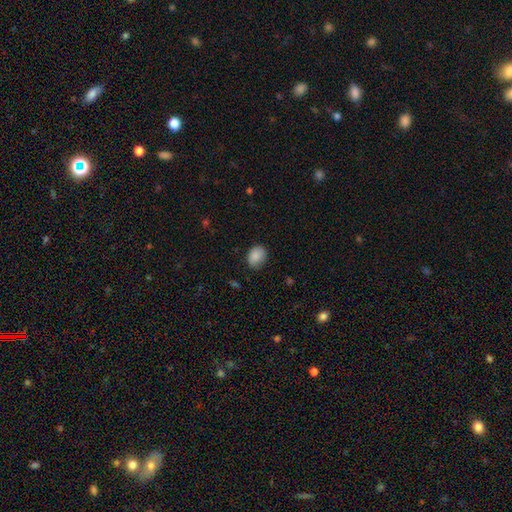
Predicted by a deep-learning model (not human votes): smooth_or_featured: smooth (p=0.88) [alt: star or artifact p=0.08]
how_rounded: in between (p=0.59) [alt: round p=0.40]
merging: none (p=0.76) [alt: minor disturbance p=0.19]